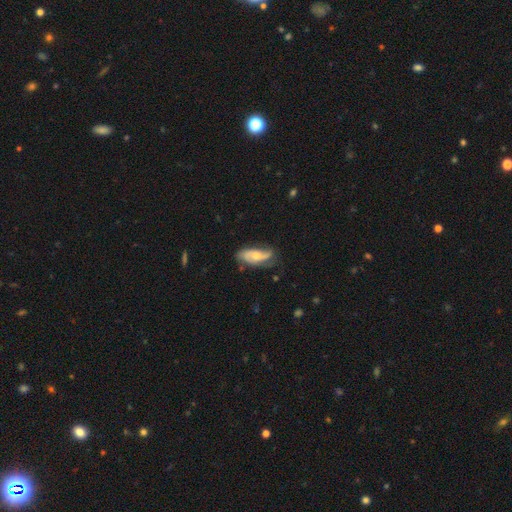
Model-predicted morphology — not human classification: smooth_or_featured: featured or disk (p=0.62) [alt: smooth p=0.31]
disk_edge_on: no (p=0.89) [alt: yes p=0.11]
bar: no (p=0.65) [alt: weak p=0.27]
has_spiral_arms: yes (p=0.87) [alt: no p=0.13]
bulge_size: moderate (p=0.56) [alt: small p=0.32]
merging: none (p=0.58) [alt: minor disturbance p=0.27]